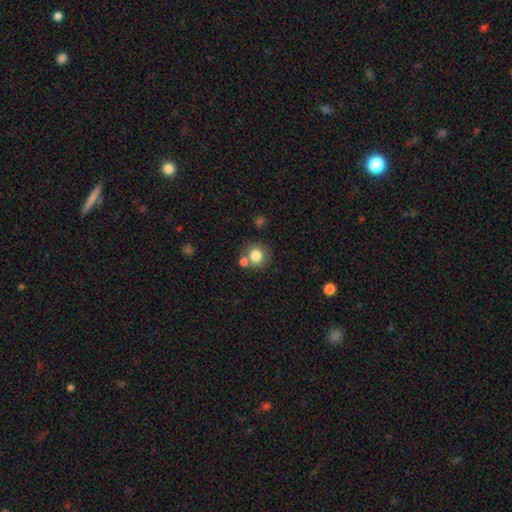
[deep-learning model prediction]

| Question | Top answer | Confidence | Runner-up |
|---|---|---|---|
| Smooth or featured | smooth | 81% | star or artifact (10%) |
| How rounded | round | 88% | in between (12%) |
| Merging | none | 63% | merger (23%) |